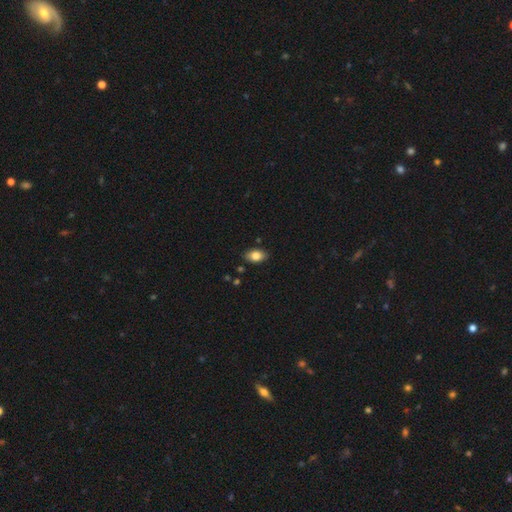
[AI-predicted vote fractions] smooth_or_featured: smooth (p=0.82) [alt: featured or disk p=0.10]
how_rounded: in between (p=0.88) [alt: round p=0.10]
merging: none (p=0.85) [alt: minor disturbance p=0.11]